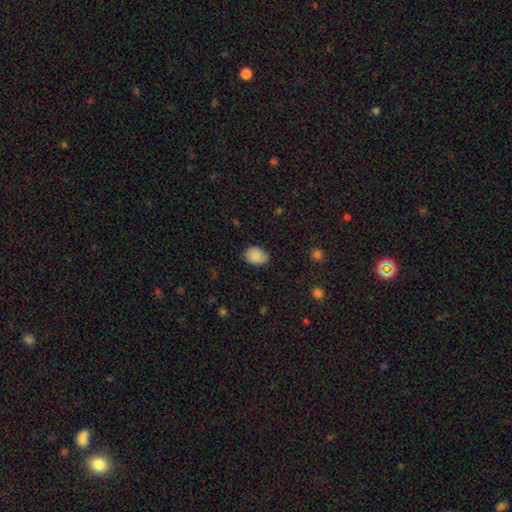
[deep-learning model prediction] Overall: smooth (88%). How rounded: in between (72%). Merging: none (75%).